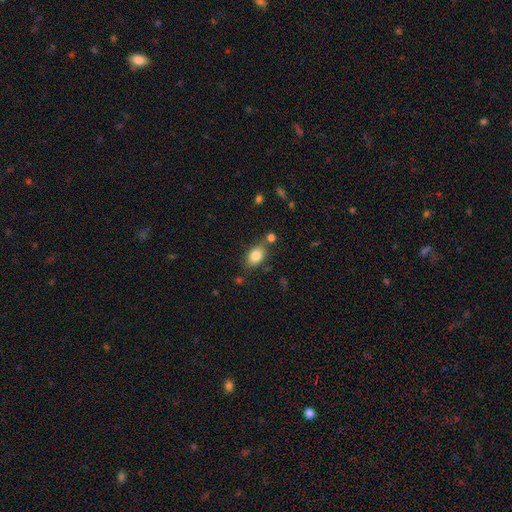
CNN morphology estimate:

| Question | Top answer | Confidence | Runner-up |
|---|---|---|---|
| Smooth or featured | smooth | 82% | featured or disk (10%) |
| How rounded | in between | 84% | round (13%) |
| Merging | none | 70% | minor disturbance (16%) |